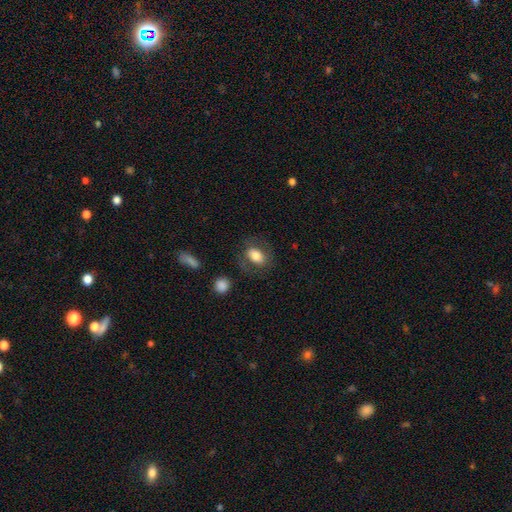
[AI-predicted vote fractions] Morphology: type=smooth (72%); roundness=in between (77%); merging=none (72%).